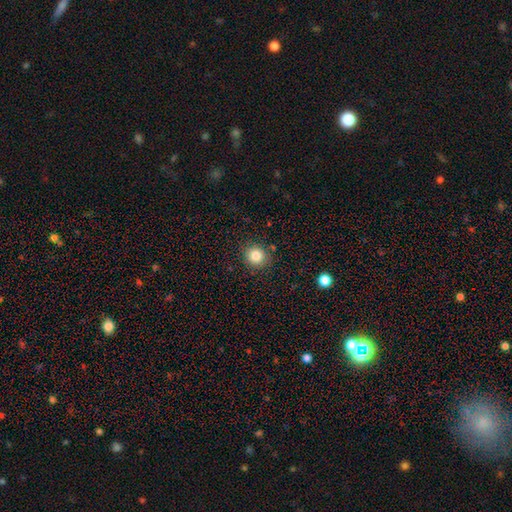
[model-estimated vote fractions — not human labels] A smooth galaxy with no disk features (83%) that is round (88%).

Vote fractions:
- Smooth or featured? smooth: 83% / star or artifact: 11% / featured or disk: 6%
- How rounded? round: 88% / in between: 11% / cigar-shaped: 1%
- Merging? none: 87% / minor disturbance: 8% / major disturbance: 3% / merger: 2%